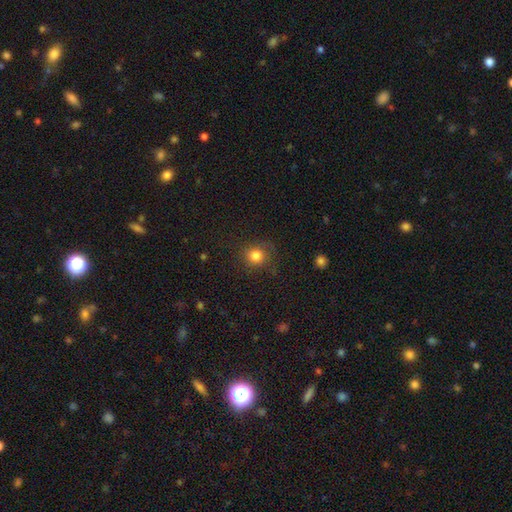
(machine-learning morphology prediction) smooth 81%, star or artifact 12%, featured or disk 7%. Down the decision tree: how rounded — round (85%); merging — none (77%).